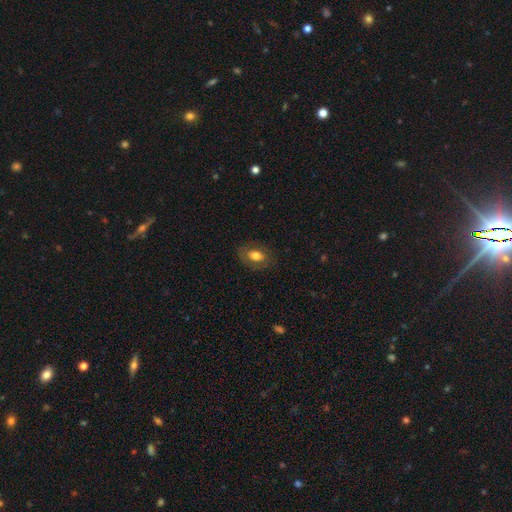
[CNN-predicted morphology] Smooth or featured? smooth (69%)
How rounded? in between (84%)
Merging? none (80%)